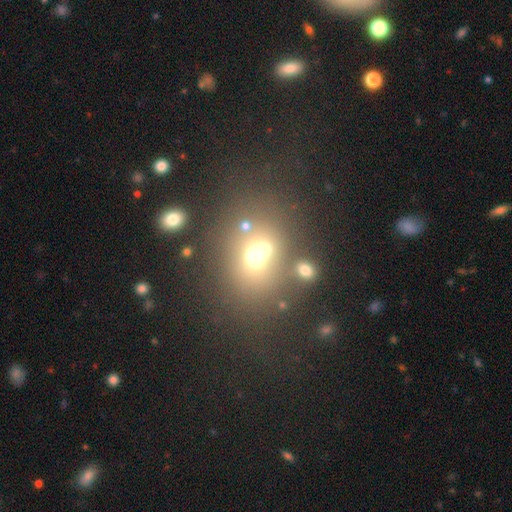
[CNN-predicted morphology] Smooth or featured? smooth (61%)
How rounded? round (59%)
Merging? none (50%)